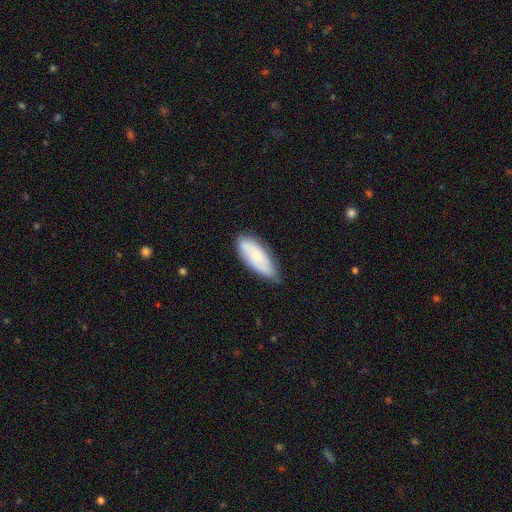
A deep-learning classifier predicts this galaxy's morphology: smooth 61%, featured or disk 32%, star or artifact 6%. Down the decision tree: how rounded — in between (77%); merging — none (63%).